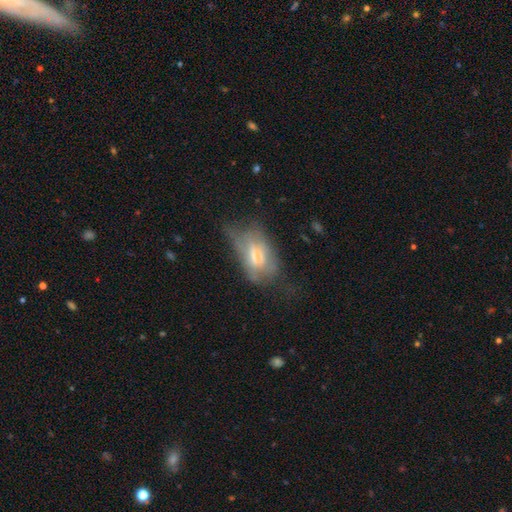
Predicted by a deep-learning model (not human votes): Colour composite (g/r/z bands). It shows a smooth galaxy with no disk features (49%). Merging: none (34%, tied with minor disturbance).